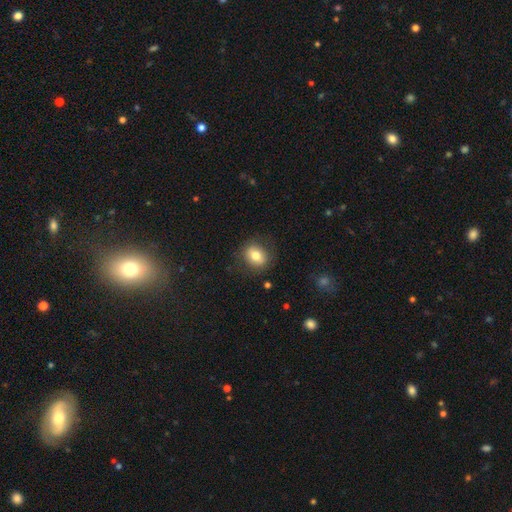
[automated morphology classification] Smooth or featured? Predicted: smooth (p=0.77). How rounded? Predicted: round (p=0.53). Merging? Predicted: none (p=0.82).